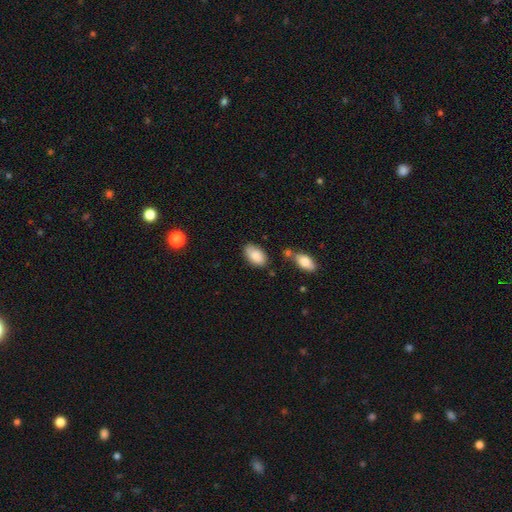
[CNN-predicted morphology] A smooth galaxy with no disk features (87%) that is in between round and cigar-shaped (94%). Merging: none (72%).